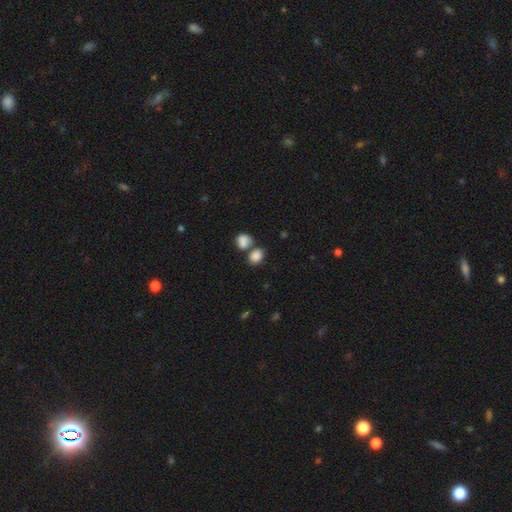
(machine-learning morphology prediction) Overall: smooth (85%). How rounded: in between (68%; round 31%). Merging: merger (44%; none 41%).